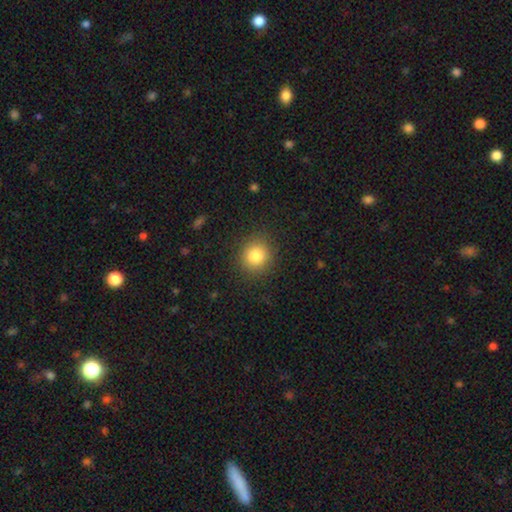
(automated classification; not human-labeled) A smooth galaxy with no disk features (83%) that is round (86%).

Vote fractions:
- Smooth or featured? smooth: 83% / star or artifact: 11% / featured or disk: 7%
- How rounded? round: 86% / in between: 13% / cigar-shaped: 1%
- Merging? none: 88% / minor disturbance: 8% / major disturbance: 3% / merger: 1%